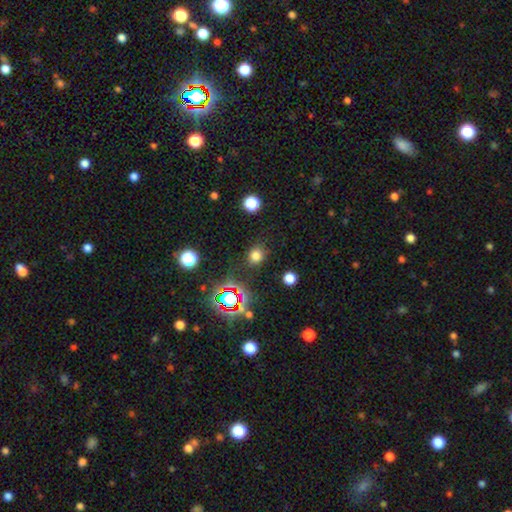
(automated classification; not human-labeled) Q: Smooth or featured?
A: smooth (73%); runner-up: star or artifact (21%)
Q: How rounded?
A: round (79%); runner-up: in between (20%)
Q: Merging?
A: none (83%); runner-up: minor disturbance (10%)